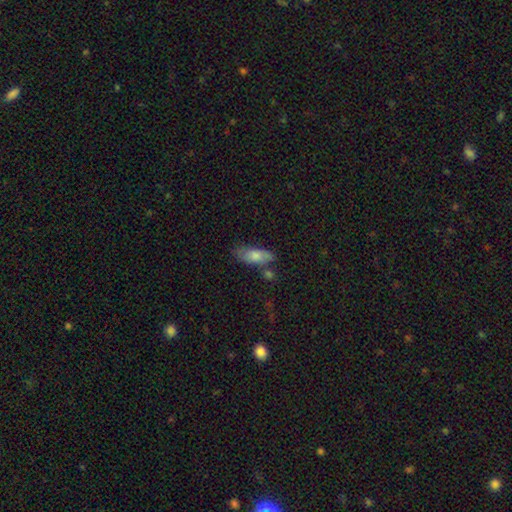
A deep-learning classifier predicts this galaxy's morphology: This is likely a smooth galaxy (75%). How rounded: likely in between (75%). Merging: possibly none (58%).